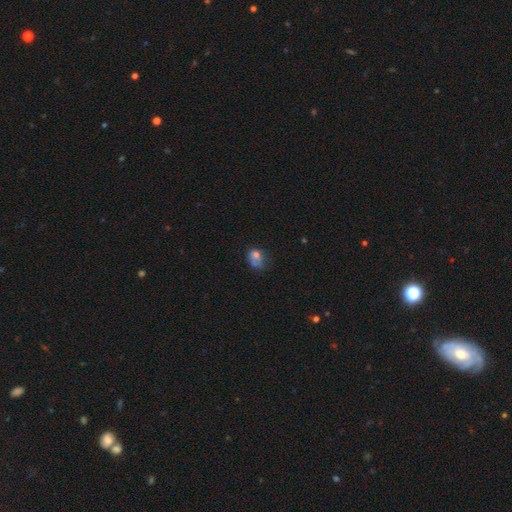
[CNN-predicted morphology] Smooth or featured? Predicted: smooth (p=0.64). How rounded? Predicted: in between (p=0.51). Merging? Predicted: none (p=0.33).